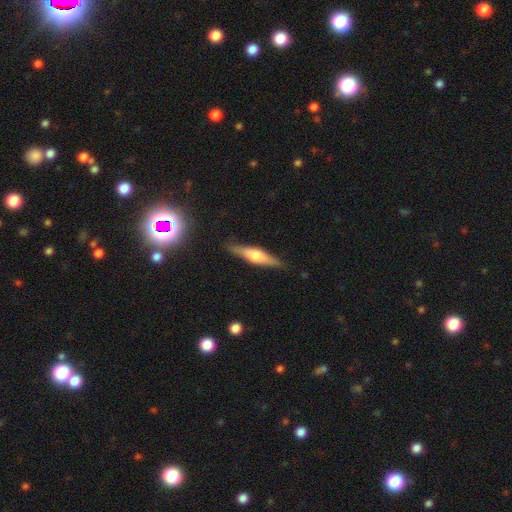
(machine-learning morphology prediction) This appears to be a featured or disk galaxy (57%) viewed edge-on (94%) with a rounded central bulge (85%). Merging: none (87%).